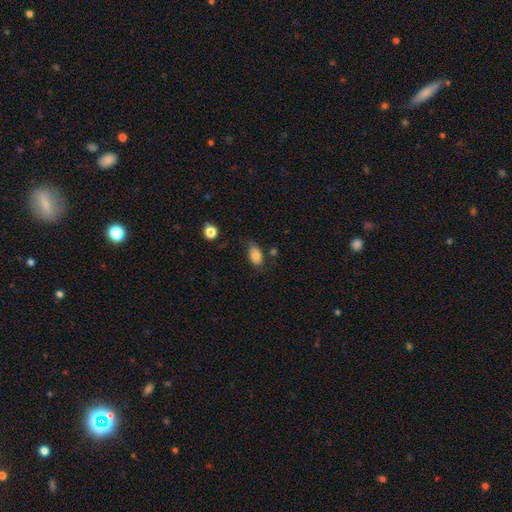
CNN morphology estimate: smooth-or-featured: smooth: 77% | featured or disk: 14% | star or artifact: 9%
  how-rounded: in between: 87% | round: 11% | cigar-shaped: 2%
  merging: none: 62% | minor disturbance: 25% | major disturbance: 8% | merger: 5%